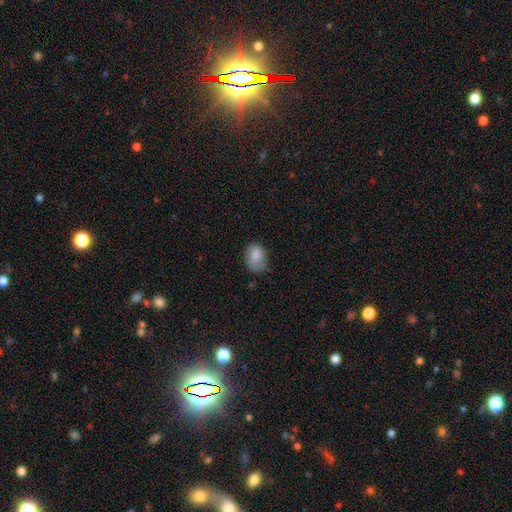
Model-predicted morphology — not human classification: smooth_or_featured: smooth (p=0.80) [alt: featured or disk p=0.12]
how_rounded: in between (p=0.72) [alt: round p=0.27]
merging: none (p=0.55) [alt: minor disturbance p=0.32]